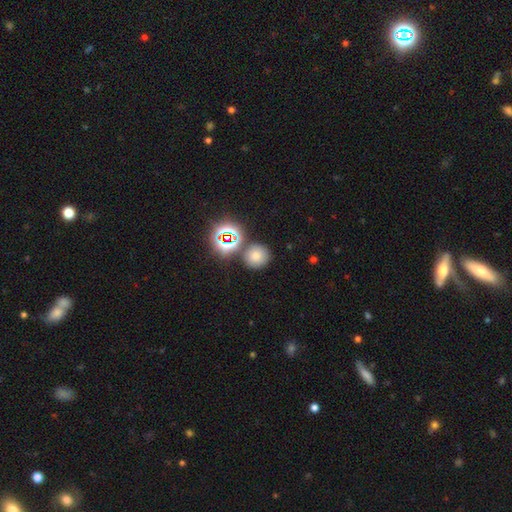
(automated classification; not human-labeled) Smooth or featured? Predicted: smooth (p=0.70). How rounded? Predicted: round (p=0.89). Merging? Predicted: none (p=0.75).